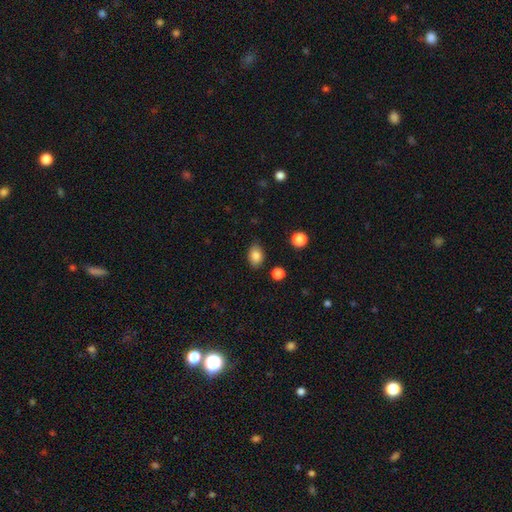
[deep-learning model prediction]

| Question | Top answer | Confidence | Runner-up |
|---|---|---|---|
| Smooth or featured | smooth | 85% | star or artifact (9%) |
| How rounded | in between | 78% | round (21%) |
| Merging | none | 83% | minor disturbance (12%) |